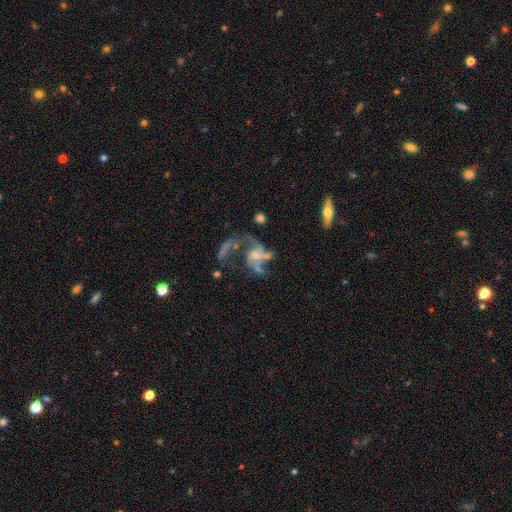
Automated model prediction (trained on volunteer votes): Smooth or featured? featured or disk (79%)
Edge-on disk? no (97%)
Bar? no (62%)
Spiral arms? yes (83%)
Spiral winding? loose (64%)
Spiral arm count? 2 (54%)
Bulge size? small (46%)
Merging? major disturbance (38%)